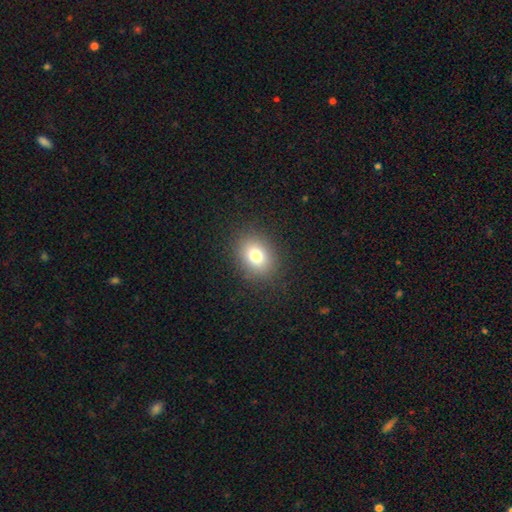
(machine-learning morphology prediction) This is likely a smooth galaxy (78%). How rounded: possibly in between (53%). Merging: clearly none (87%).